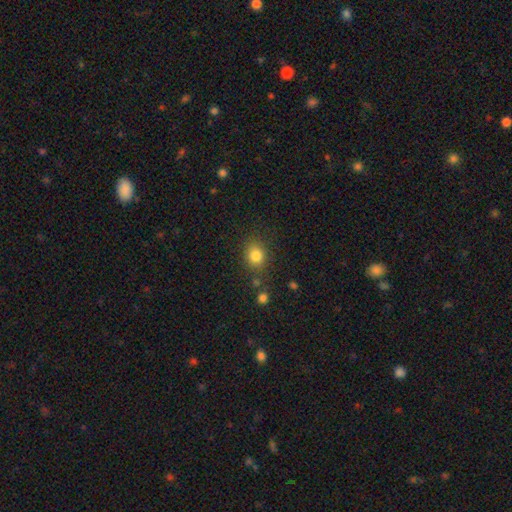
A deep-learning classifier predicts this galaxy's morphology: Q: Smooth or featured?
A: smooth (82%); runner-up: star or artifact (12%)
Q: How rounded?
A: round (62%); runner-up: in between (36%)
Q: Merging?
A: none (79%); runner-up: minor disturbance (13%)